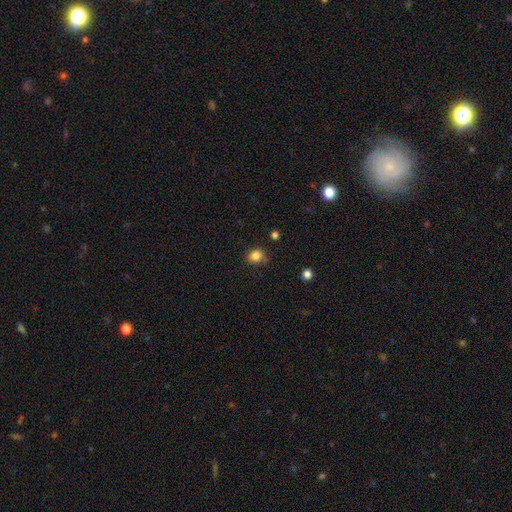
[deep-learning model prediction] Smooth or featured? Predicted: smooth (p=0.84). How rounded? Predicted: round (p=0.70). Merging? Predicted: none (p=0.78).